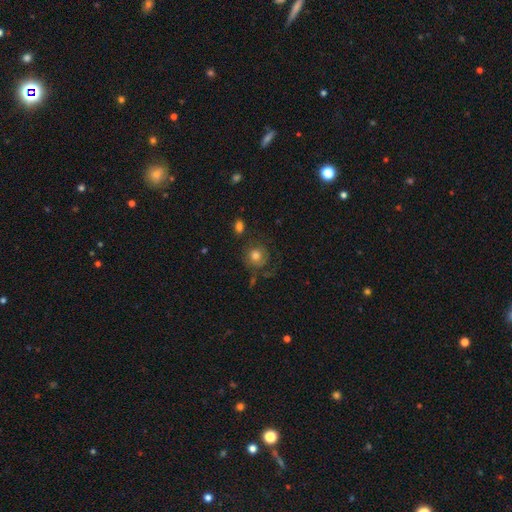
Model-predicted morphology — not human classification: A smooth galaxy with no disk features (58%) that is round (85%).

Vote fractions:
- Smooth or featured? smooth: 58% / featured or disk: 31% / star or artifact: 10%
- How rounded? round: 85% / in between: 14% / cigar-shaped: 1%
- Merging? none: 62% / minor disturbance: 19% / major disturbance: 15% / merger: 4%